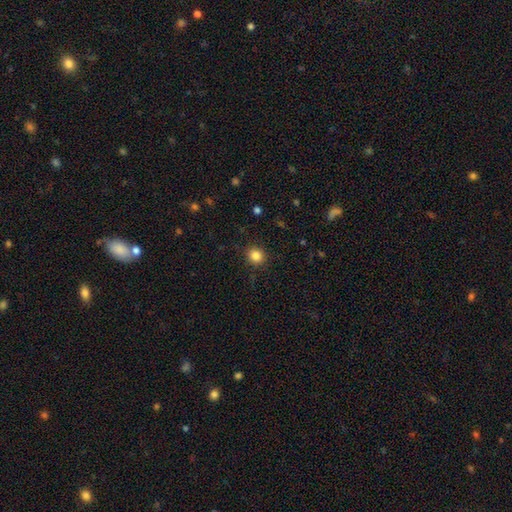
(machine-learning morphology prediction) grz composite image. It shows a smooth galaxy with no disk features (84%) that is round (87%). Merging: none (90%).